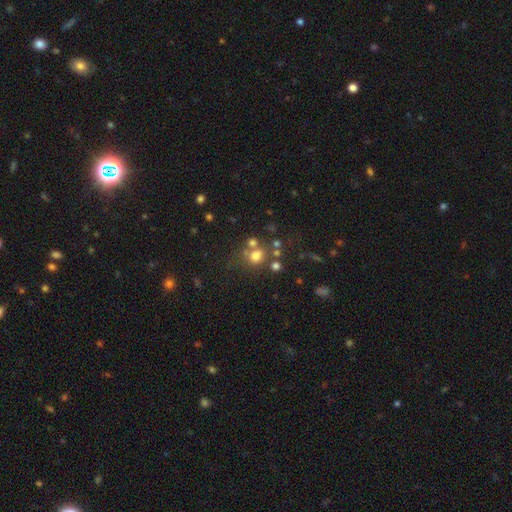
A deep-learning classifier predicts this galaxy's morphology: Q: Smooth or featured?
A: smooth (67%); runner-up: star or artifact (20%)
Q: How rounded?
A: round (78%); runner-up: in between (21%)
Q: Merging?
A: none (55%); runner-up: merger (26%)